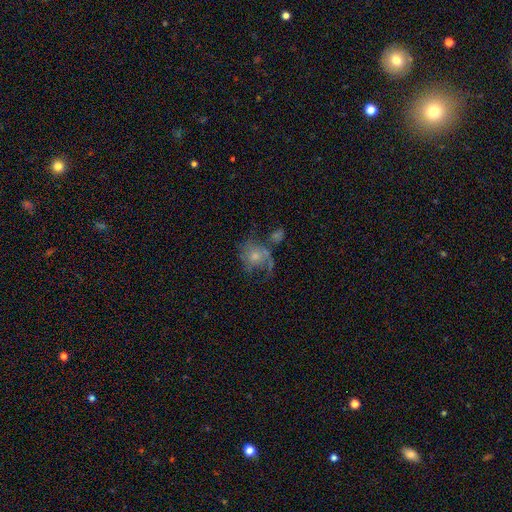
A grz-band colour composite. It shows a featured or disk galaxy (67%) with no bar (88%), medium (50%) spiral arms (62%) and a moderate central bulge (46%). Merging: major disturbance (39%).